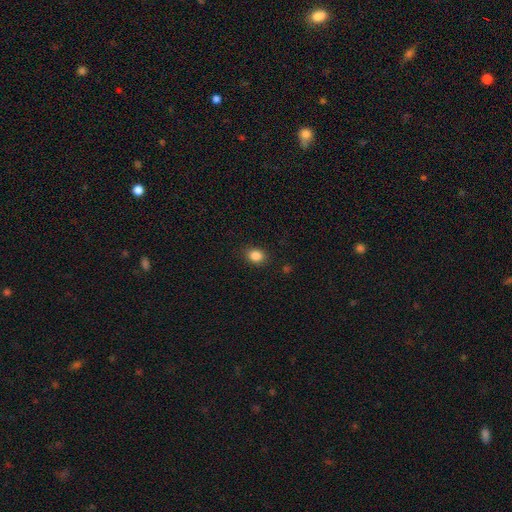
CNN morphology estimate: Smooth or featured? smooth (85%)
How rounded? round (55%)
Merging? none (87%)